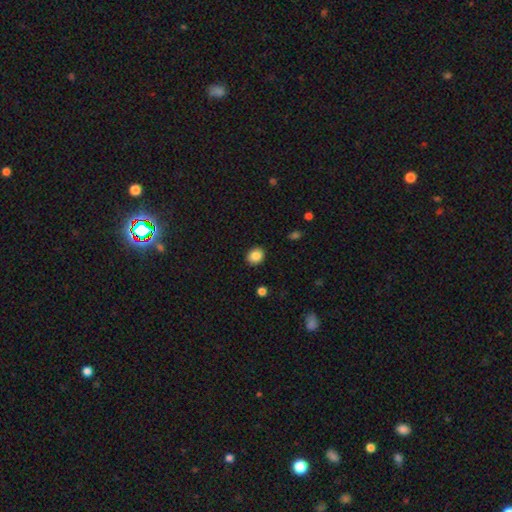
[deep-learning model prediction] Smooth or featured: smooth — 87% (star or artifact — 9%)
How rounded: round — 60% (in between — 39%)
Merging: none — 89% (minor disturbance — 7%)